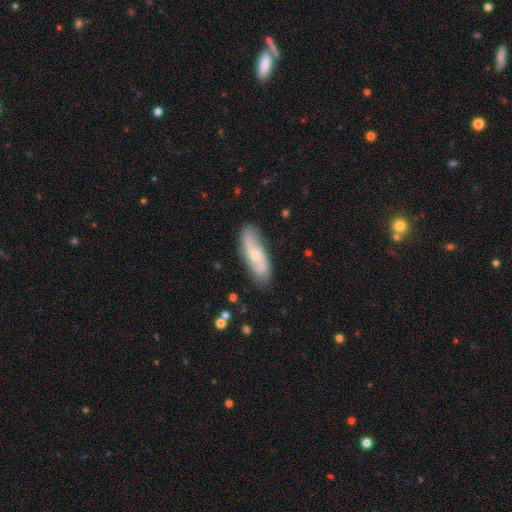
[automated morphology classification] This appears to be a featured or disk galaxy (64%) with no bar (59%), spiral arms (88%) and a moderate central bulge (48%). Merging: none (79%).